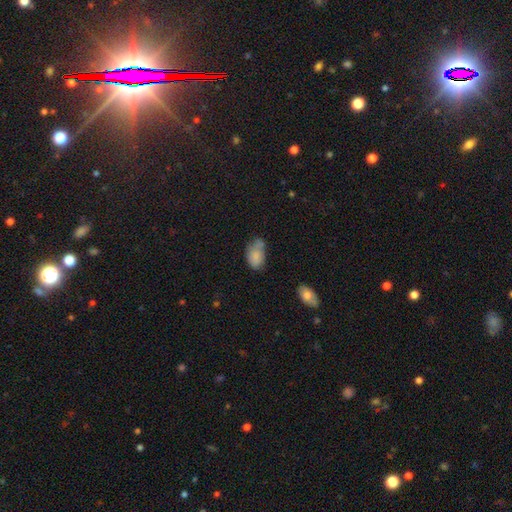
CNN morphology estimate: A smooth galaxy with no disk features (78%) that is in between round and cigar-shaped (88%). Merging: none (41%).